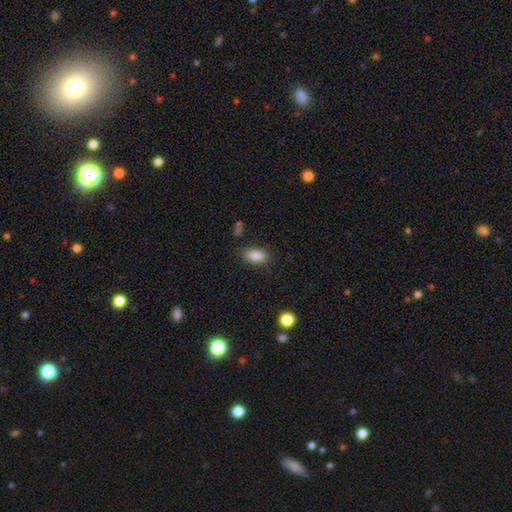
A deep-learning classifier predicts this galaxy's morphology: Overall: smooth (86%). How rounded: in between (89%). Merging: none (84%).